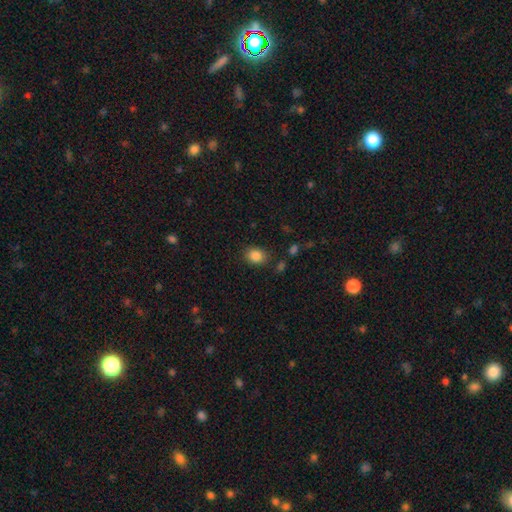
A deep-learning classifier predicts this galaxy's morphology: This appears to be a smooth galaxy with no disk features (86%) that is in between round and cigar-shaped (53%). Merging: none (81%).